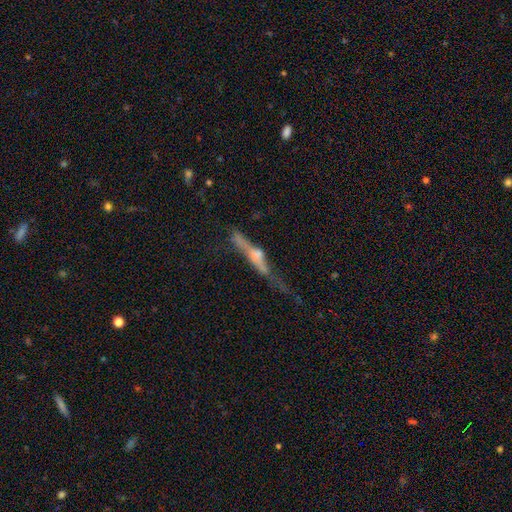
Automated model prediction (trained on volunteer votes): A featured or disk galaxy (61%) viewed edge-on (79%). Merging: none (36%).